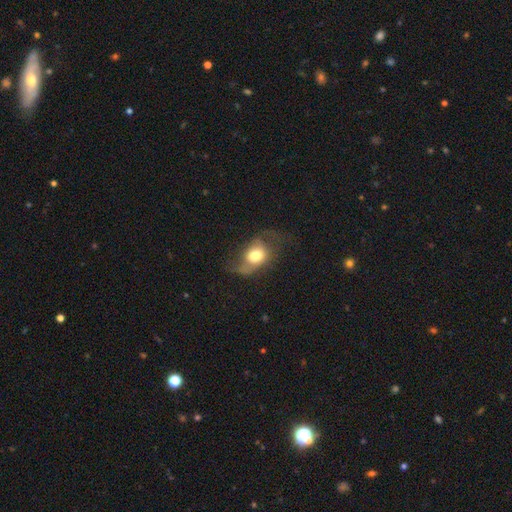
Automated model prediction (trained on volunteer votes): Smooth or featured?
  - smooth: 54% *
  - featured or disk: 37%
  - star or artifact: 9%
How rounded?
  - in between: 62% *
  - round: 36%
  - cigar-shaped: 2%
Merging?
  - major disturbance: 40% *
  - none: 31%
  - minor disturbance: 25%
  - merger: 3%